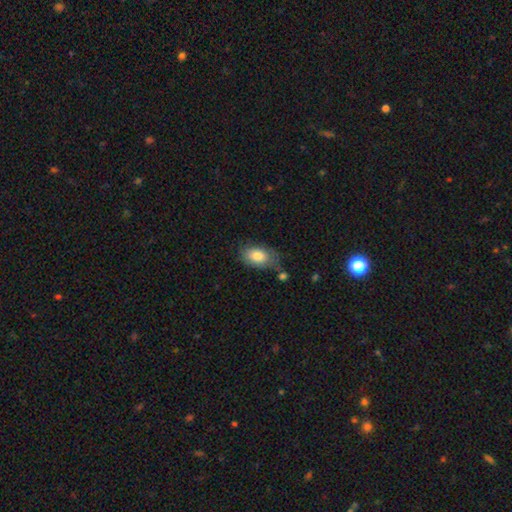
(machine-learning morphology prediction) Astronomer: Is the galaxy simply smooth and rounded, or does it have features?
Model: smooth — 82%.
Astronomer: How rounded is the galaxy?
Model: in between — 91%.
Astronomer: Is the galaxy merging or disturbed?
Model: none — 59%.